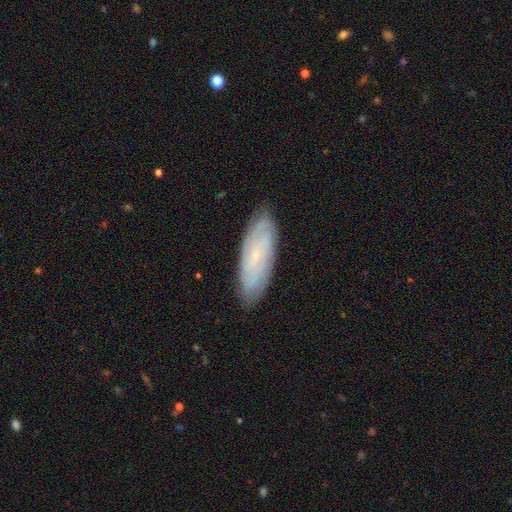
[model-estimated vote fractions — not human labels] smooth_or_featured: featured or disk (p=0.60) [alt: smooth p=0.32]
disk_edge_on: no (p=0.83) [alt: yes p=0.17]
merging: none (p=0.84) [alt: minor disturbance p=0.12]